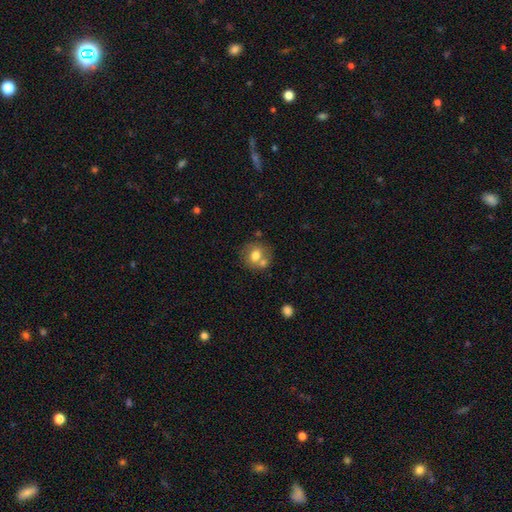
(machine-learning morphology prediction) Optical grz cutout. It shows a smooth galaxy with no disk features (70%) that is round (75%). Merging: none (53%).